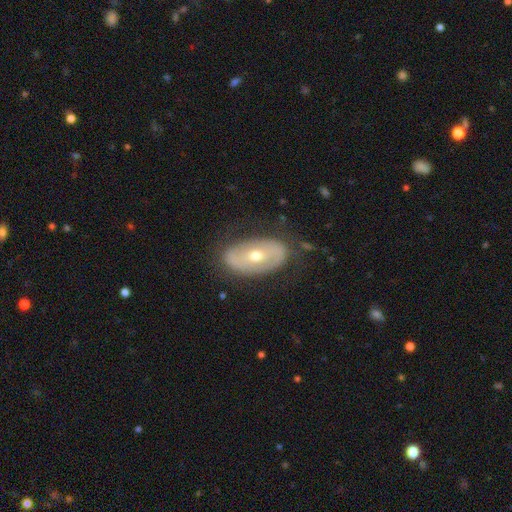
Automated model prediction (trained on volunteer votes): This appears to be a featured or disk galaxy (63%) with no bar (50%), no spiral arms (61%) and a moderate central bulge (54%). Merging: none (74%).